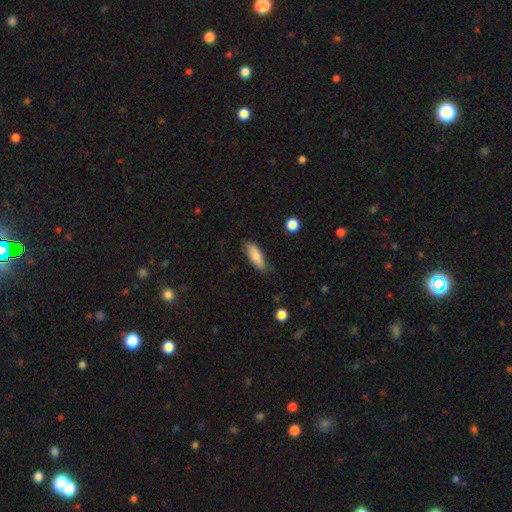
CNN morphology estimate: A smooth galaxy with no disk features (83%) that is in between round and cigar-shaped (64%). Merging: none (73%).